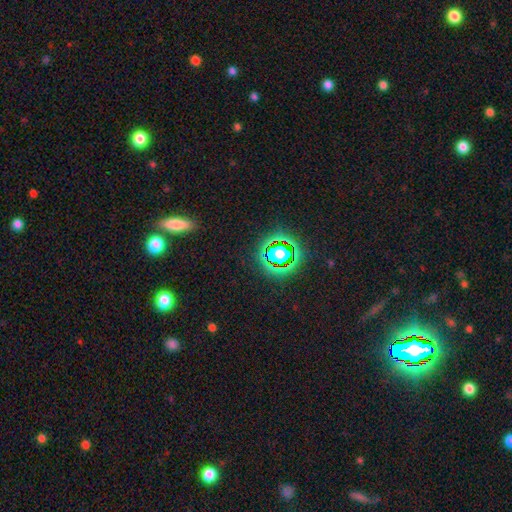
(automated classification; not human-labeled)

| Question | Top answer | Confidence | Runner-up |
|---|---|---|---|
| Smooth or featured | star or artifact | 70% | smooth (20%) |